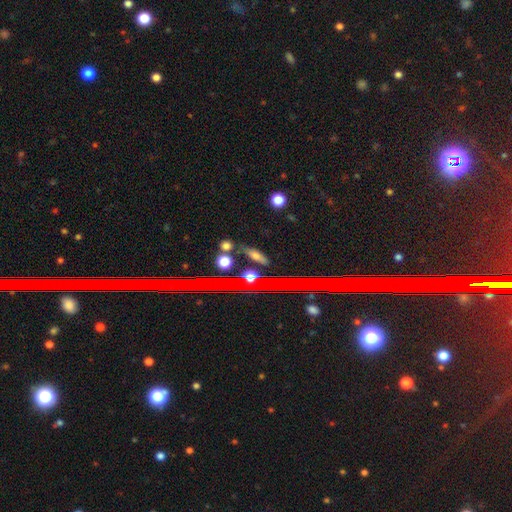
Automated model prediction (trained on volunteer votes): Smooth or featured? smooth (50%)
How rounded? in between (48%)
Merging? none (79%)